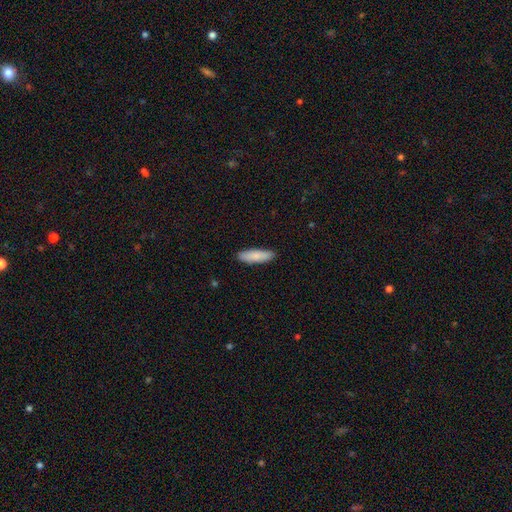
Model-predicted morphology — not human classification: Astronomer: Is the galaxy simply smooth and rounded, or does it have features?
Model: smooth — 87%.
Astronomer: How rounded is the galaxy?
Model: cigar-shaped — 54% (runner-up: in between, 44%).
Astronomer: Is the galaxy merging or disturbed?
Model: none — 89%.